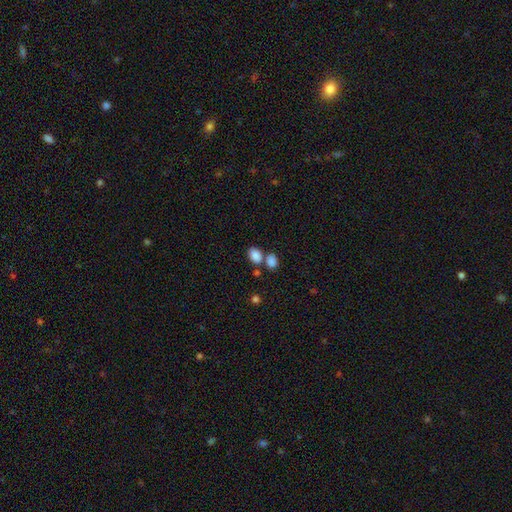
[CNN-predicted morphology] Overall: smooth (86%). How rounded: in between (78%). Merging: none (49%; merger 36%).